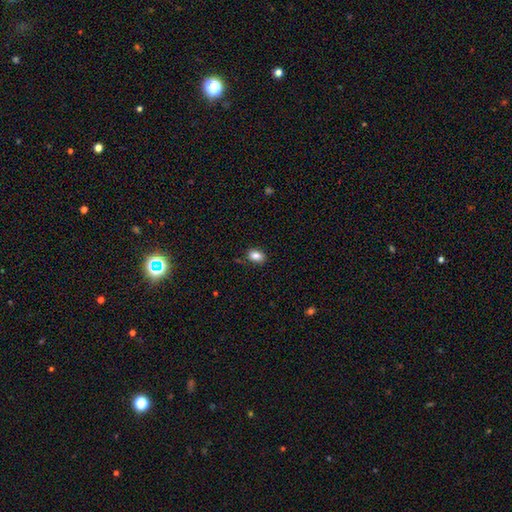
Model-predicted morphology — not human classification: Smooth or featured? smooth (85%)
How rounded? in between (79%)
Merging? none (85%)